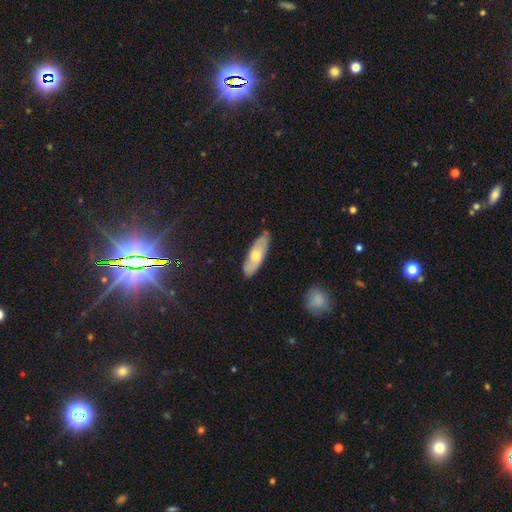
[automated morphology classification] Smooth or featured? smooth (58%)
How rounded? in between (56%)
Merging? none (79%)